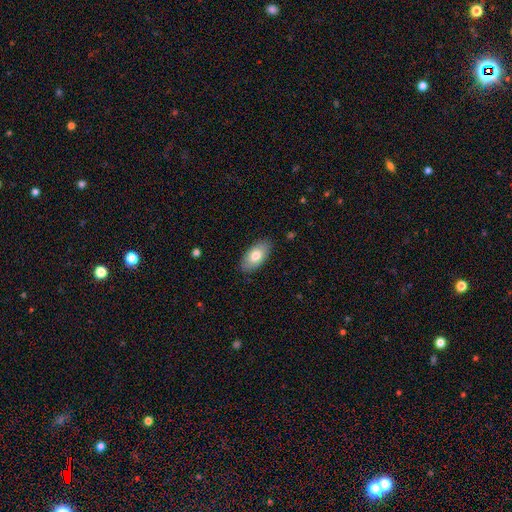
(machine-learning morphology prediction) Q: Smooth or featured?
A: smooth (77%); runner-up: featured or disk (17%)
Q: How rounded?
A: in between (93%); runner-up: cigar-shaped (4%)
Q: Merging?
A: none (86%); runner-up: minor disturbance (11%)